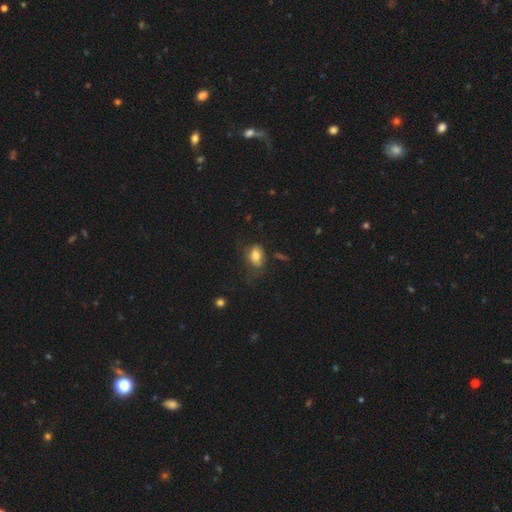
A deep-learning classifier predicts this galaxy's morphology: A smooth galaxy with no disk features (80%) that is in between round and cigar-shaped (81%). Merging: none (51%).